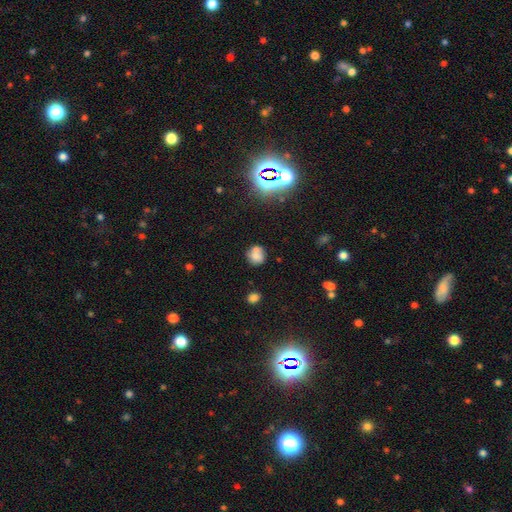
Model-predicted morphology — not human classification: A smooth galaxy with no disk features (69%) that is round (80%). Merging: none (50%).